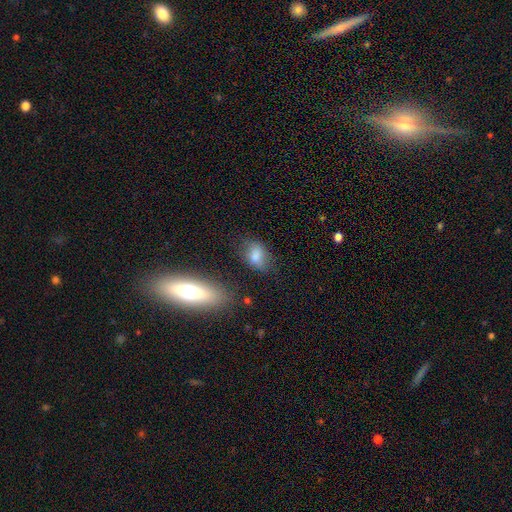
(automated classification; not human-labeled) Smooth or featured: smooth — 77% (featured or disk — 13%)
How rounded: in between — 79% (round — 17%)
Merging: none — 67% (minor disturbance — 21%)